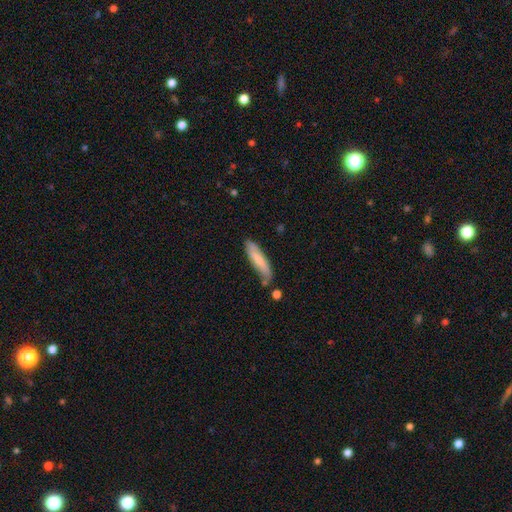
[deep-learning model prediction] This is likely a smooth galaxy (73%). How rounded: clearly cigar-shaped (83%). Merging: likely none (71%).